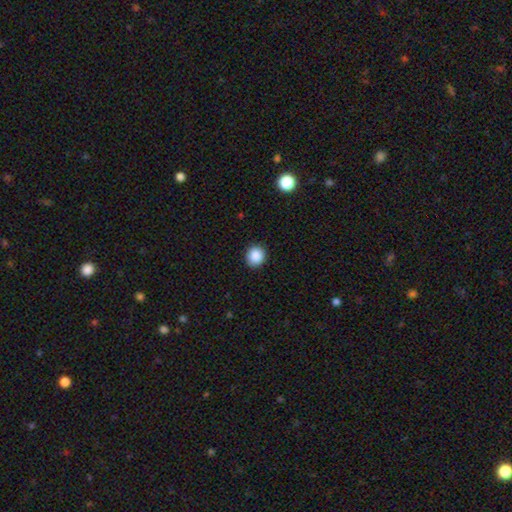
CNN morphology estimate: A smooth galaxy with no disk features (88%) that is round (81%).

Vote fractions:
- Smooth or featured? smooth: 88% / star or artifact: 9% / featured or disk: 3%
- How rounded? round: 81% / in between: 18% / cigar-shaped: 1%
- Merging? none: 90% / minor disturbance: 7% / major disturbance: 2% / merger: 1%